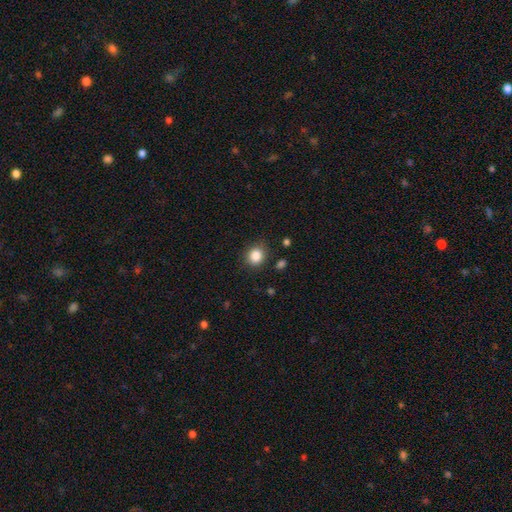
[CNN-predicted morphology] This appears to be a smooth galaxy with no disk features (85%) that is round (74%). Merging: none (81%).